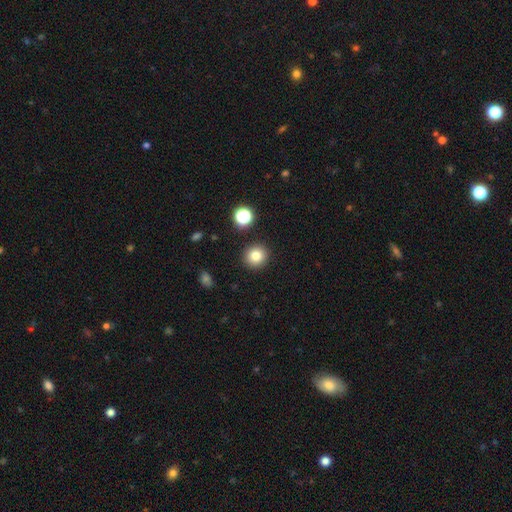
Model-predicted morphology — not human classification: smooth_or_featured: smooth (p=0.82) [alt: star or artifact p=0.12]
how_rounded: round (p=0.92) [alt: in between p=0.07]
merging: none (p=0.90) [alt: minor disturbance p=0.06]